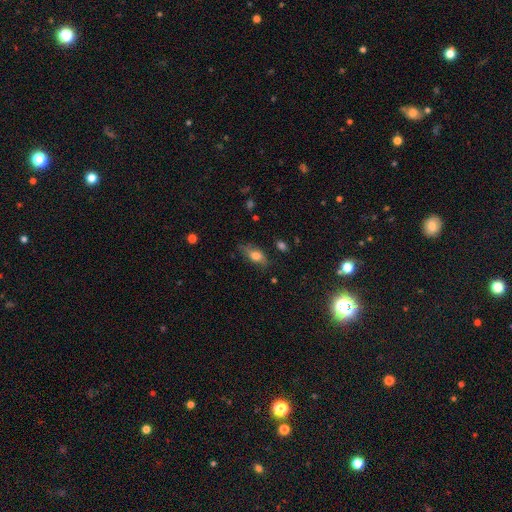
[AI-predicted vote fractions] Q: Smooth or featured?
A: smooth (69%); runner-up: featured or disk (21%)
Q: How rounded?
A: in between (80%); runner-up: cigar-shaped (14%)
Q: Merging?
A: none (60%); runner-up: minor disturbance (27%)